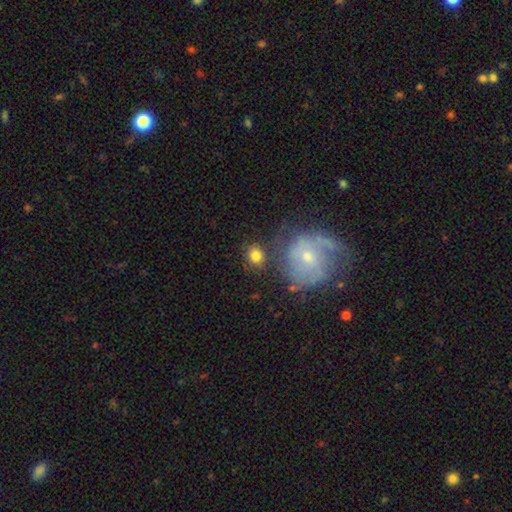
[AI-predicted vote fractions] The model was most divided on "how rounded": round: 74%, in between: 25%, cigar-shaped: 1%. More confident: smooth or featured — smooth (79%); merging — none (74%).